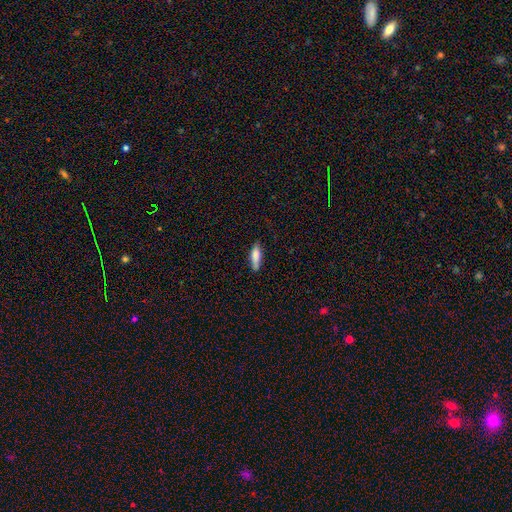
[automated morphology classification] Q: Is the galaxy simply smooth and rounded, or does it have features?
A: smooth — 81%.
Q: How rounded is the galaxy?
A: in between — 52%.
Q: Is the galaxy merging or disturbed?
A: none — 67%.